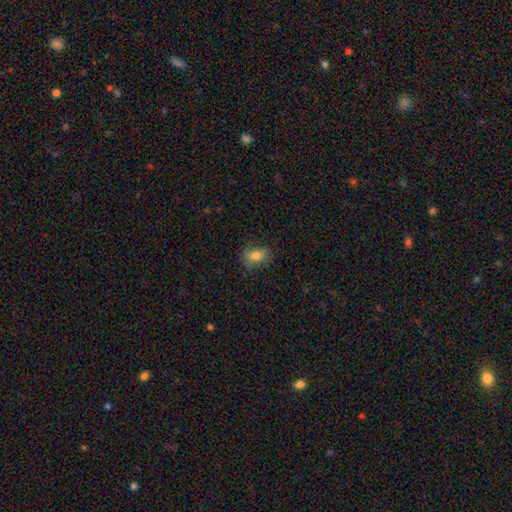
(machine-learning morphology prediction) type=smooth (69%); roundness=in between (69%); merging=none (69%).